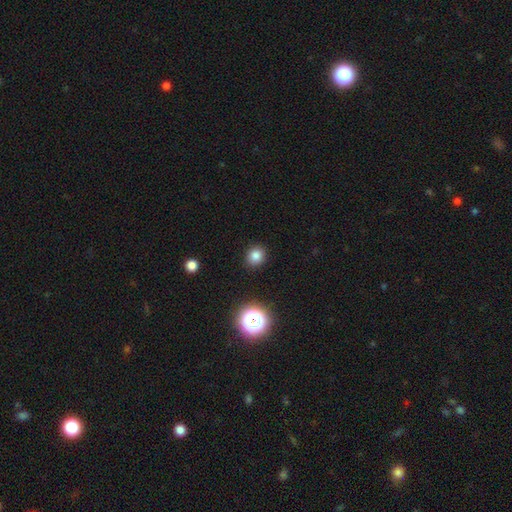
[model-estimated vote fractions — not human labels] smooth_or_featured: smooth (p=0.81) [alt: star or artifact p=0.14]
how_rounded: round (p=0.80) [alt: in between p=0.19]
merging: none (p=0.90) [alt: minor disturbance p=0.06]